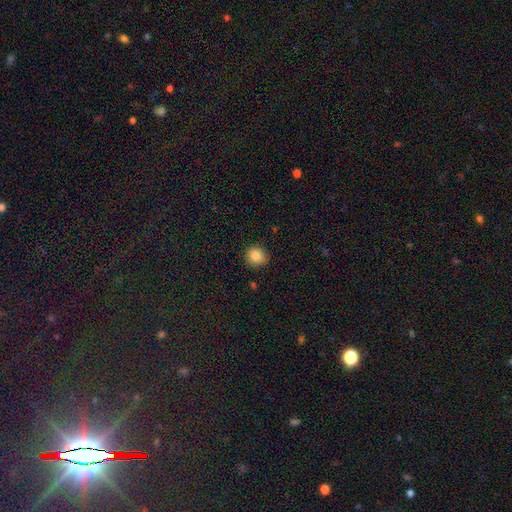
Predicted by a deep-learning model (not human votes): Smooth or featured: smooth — 85% (star or artifact — 10%)
How rounded: round — 90% (in between — 9%)
Merging: none — 89% (minor disturbance — 8%)